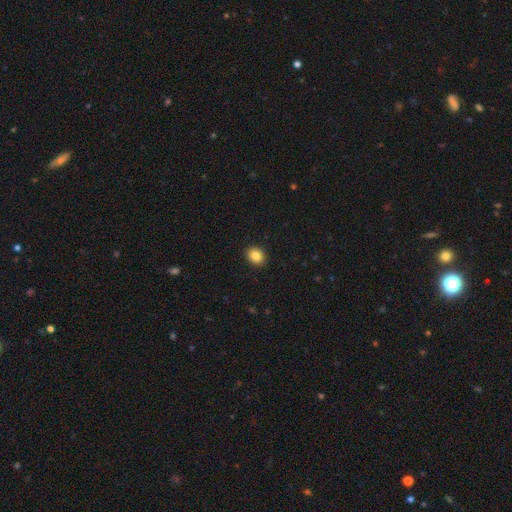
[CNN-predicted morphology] Q: Smooth or featured?
A: smooth (86%); runner-up: star or artifact (9%)
Q: How rounded?
A: round (55%); runner-up: in between (44%)
Q: Merging?
A: none (92%); runner-up: minor disturbance (6%)